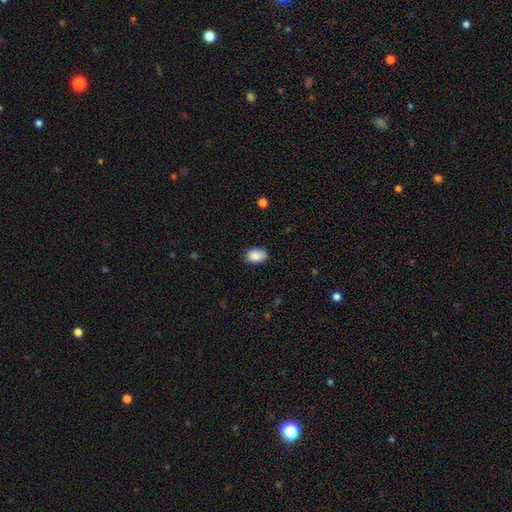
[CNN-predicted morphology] type=smooth (87%); roundness=in between (90%); merging=none (80%).